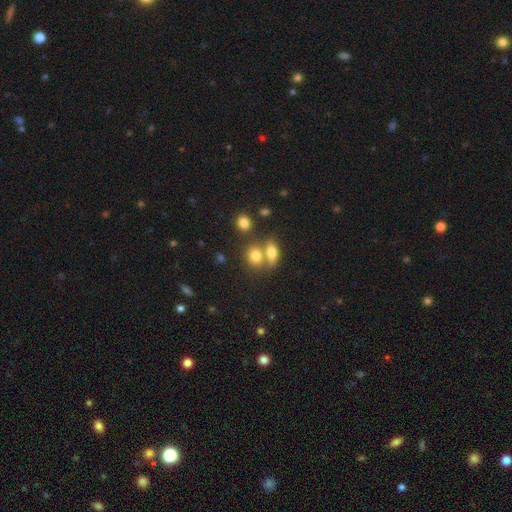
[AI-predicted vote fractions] Smooth or featured?
  - smooth: 76% *
  - featured or disk: 13%
  - star or artifact: 11%
How rounded?
  - round: 48% * (tied)
  - in between: 48% * (tied)
  - cigar-shaped: 4%
Merging?
  - none: 44% *
  - merger: 43%
  - minor disturbance: 9%
  - major disturbance: 4%